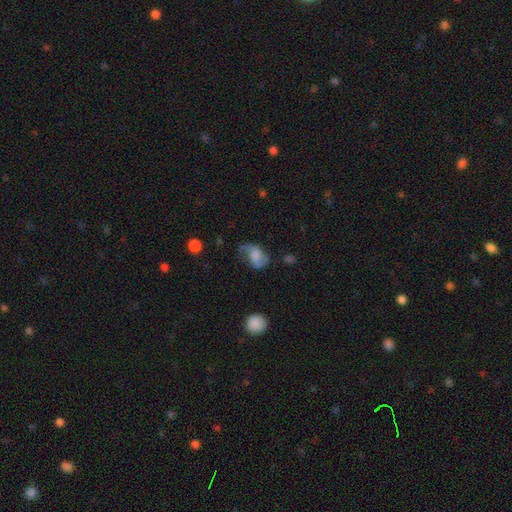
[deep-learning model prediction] Overall: featured or disk (55%; smooth 36%). Edge-on disk: no (97%). Bar: no (59%; weak 34%). Spiral arms: yes (88%). Bulge size: none (33%; large 22%). Merging: none (45%; minor disturbance 28%).